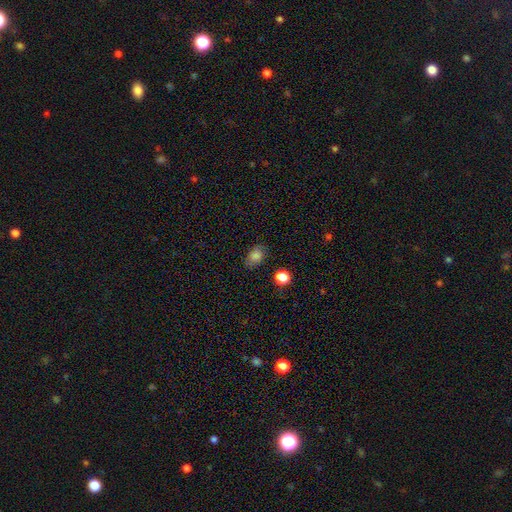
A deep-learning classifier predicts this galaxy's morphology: Smooth or featured? Predicted: smooth (p=0.82). How rounded? Predicted: in between (p=0.68). Merging? Predicted: none (p=0.76).